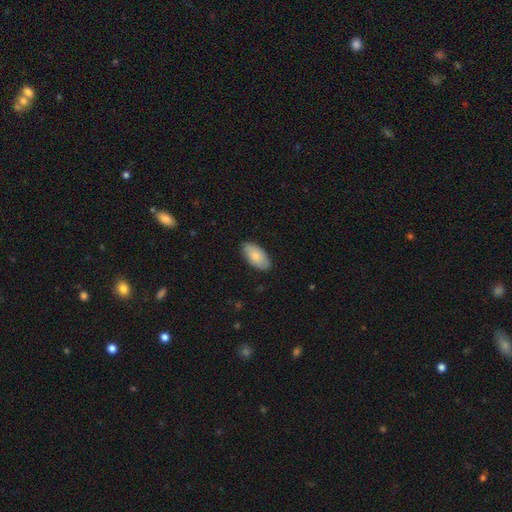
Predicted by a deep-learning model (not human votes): A smooth galaxy with no disk features (80%) that is in between round and cigar-shaped (95%).

Vote fractions:
- Smooth or featured? smooth: 80% / featured or disk: 14% / star or artifact: 6%
- How rounded? in between: 95% / cigar-shaped: 3% / round: 2%
- Merging? none: 84% / minor disturbance: 13% / major disturbance: 2% / merger: 1%